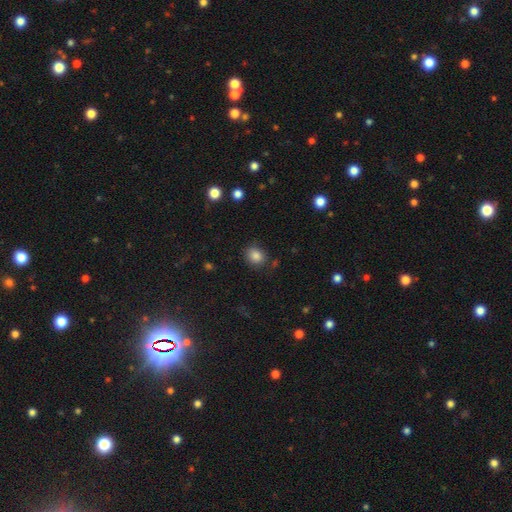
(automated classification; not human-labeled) Smooth or featured? smooth (83%)
How rounded? round (65%)
Merging? none (80%)